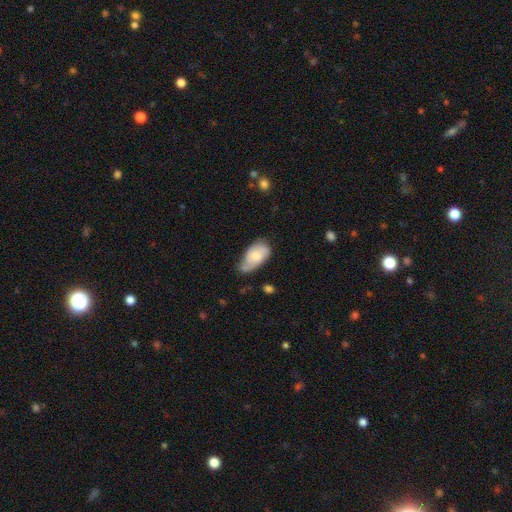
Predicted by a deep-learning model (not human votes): A smooth galaxy with no disk features (63%) that is in between round and cigar-shaped (93%).

Vote fractions:
- Smooth or featured? smooth: 63% / featured or disk: 31% / star or artifact: 6%
- How rounded? in between: 93% / round: 4% / cigar-shaped: 3%
- Merging? minor disturbance: 43% / none: 41% / major disturbance: 12% / merger: 3%